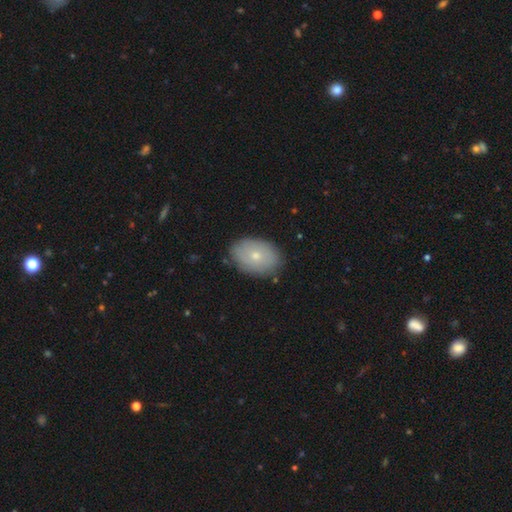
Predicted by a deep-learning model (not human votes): The model was most divided on "smooth or featured": smooth: 68%, featured or disk: 25%, star or artifact: 7%. More confident: merging — none (84%); how rounded — in between (83%).